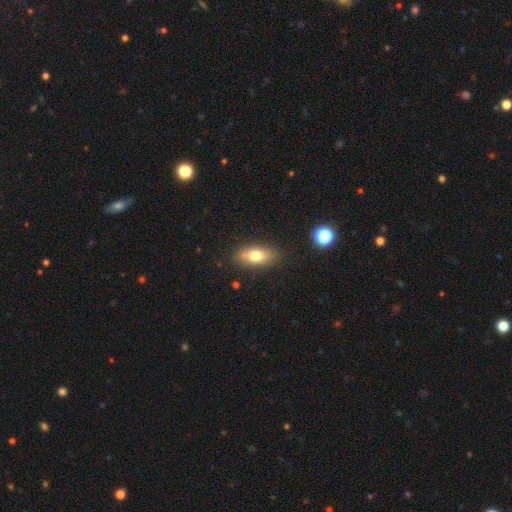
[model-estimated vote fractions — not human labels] Morphology: type=smooth (73%); roundness=in between (84%); merging=none (78%).